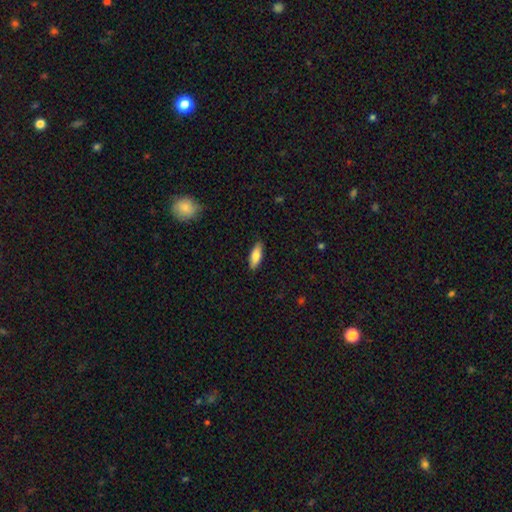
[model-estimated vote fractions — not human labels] Overall: smooth (81%). How rounded: in between (65%; cigar-shaped 33%). Merging: none (88%).